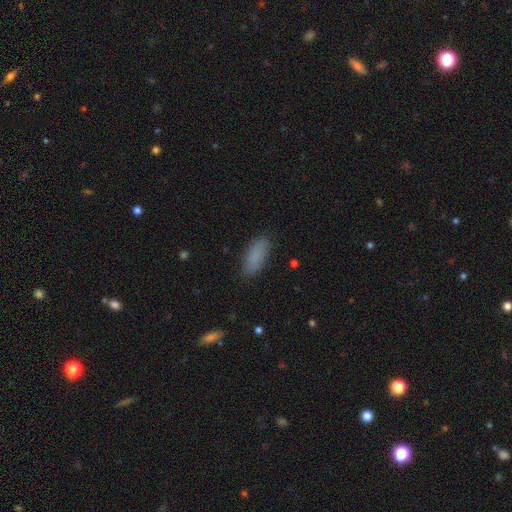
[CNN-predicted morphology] A smooth galaxy with no disk features (87%) that is in between round and cigar-shaped (75%).

Vote fractions:
- Smooth or featured? smooth: 87% / star or artifact: 7% / featured or disk: 6%
- How rounded? in between: 75% / cigar-shaped: 23% / round: 2%
- Merging? none: 85% / minor disturbance: 12% / major disturbance: 3% / merger: 1%